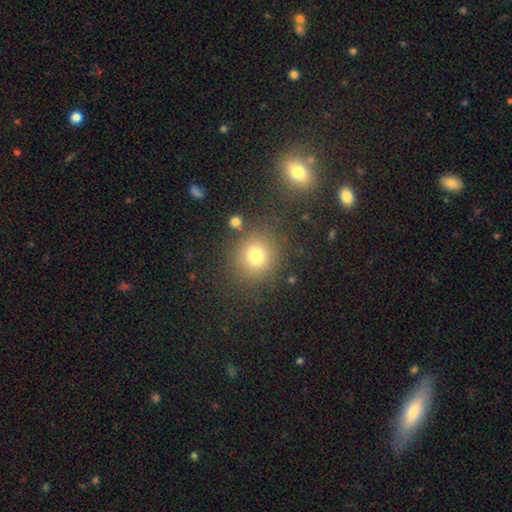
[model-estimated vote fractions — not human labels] This appears to be a smooth galaxy with no disk features (75%) that is round (86%). Merging: none (81%).